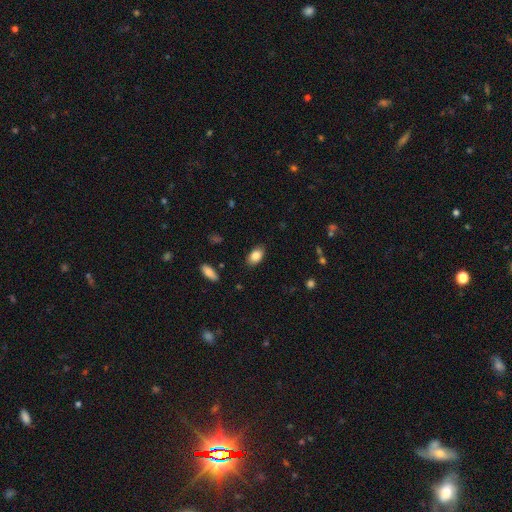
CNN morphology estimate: Smooth or featured? smooth (84%)
How rounded? in between (90%)
Merging? none (86%)